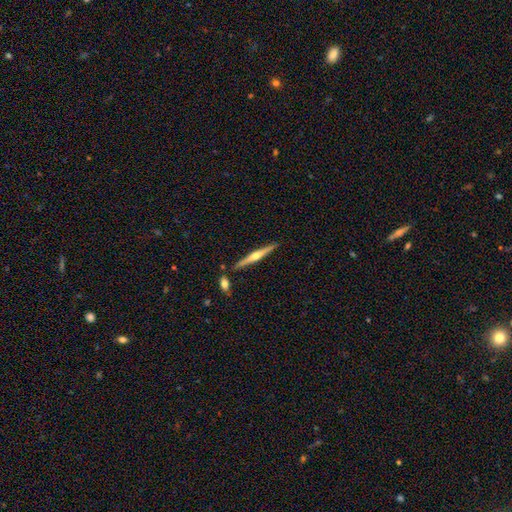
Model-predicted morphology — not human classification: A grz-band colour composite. It shows a featured or disk galaxy (69%) viewed edge-on (98%) with a rounded central bulge (88%). Merging: none (86%).